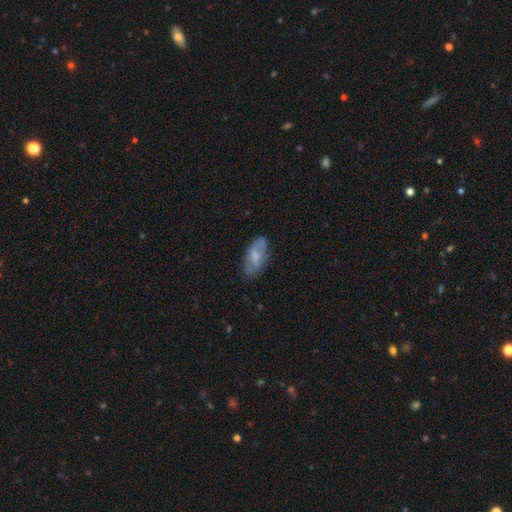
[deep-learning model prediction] This appears to be a smooth galaxy with no disk features (57%) that is in between round and cigar-shaped (89%). Merging: none (67%).